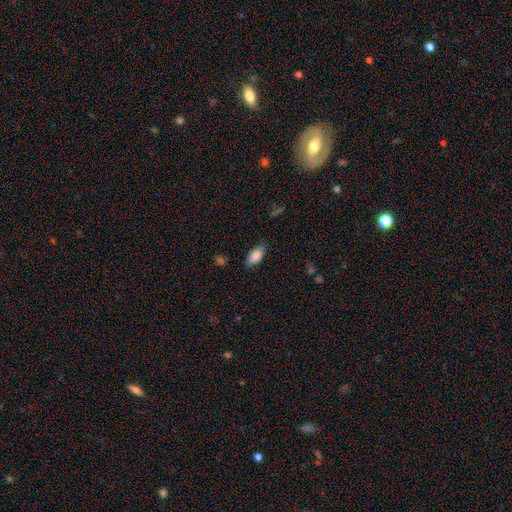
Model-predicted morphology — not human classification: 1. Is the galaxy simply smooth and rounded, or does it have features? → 87% smooth, 7% star or artifact, 7% featured or disk.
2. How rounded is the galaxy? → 91% in between, 6% cigar-shaped, 3% round.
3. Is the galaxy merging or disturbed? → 80% none, 15% minor disturbance, 3% major disturbance, 1% merger.